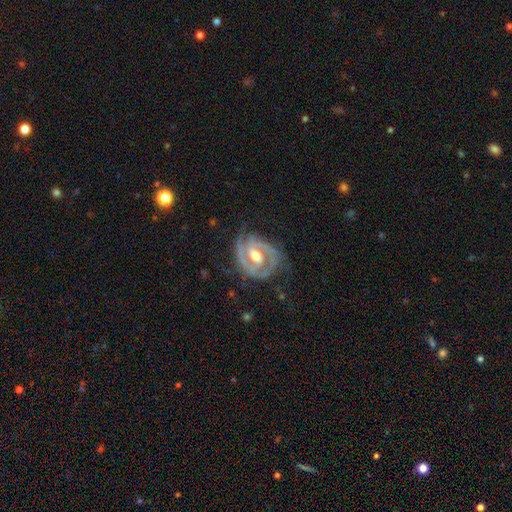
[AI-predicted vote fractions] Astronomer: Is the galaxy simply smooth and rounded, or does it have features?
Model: featured or disk — 91%.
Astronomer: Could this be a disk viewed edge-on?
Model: no — 97%.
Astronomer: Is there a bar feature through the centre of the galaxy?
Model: weak — 46% (runner-up: strong, 29%).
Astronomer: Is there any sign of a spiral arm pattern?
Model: yes — 97%.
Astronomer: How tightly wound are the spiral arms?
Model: tight — 60%.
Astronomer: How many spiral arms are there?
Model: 2 — 75%.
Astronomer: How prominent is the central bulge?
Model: moderate — 75%.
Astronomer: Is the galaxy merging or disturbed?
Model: none — 70%.